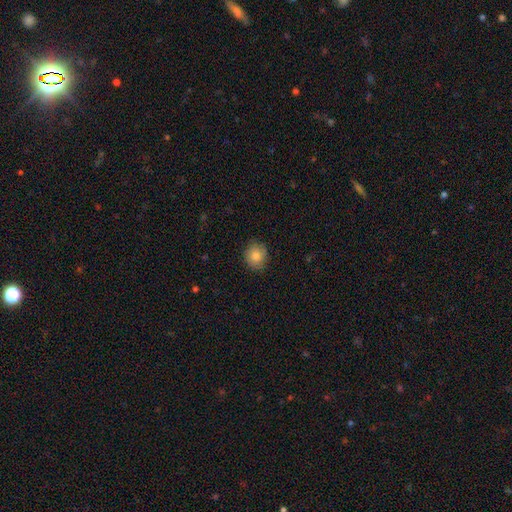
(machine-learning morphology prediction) This is clearly a smooth galaxy (83%). How rounded: clearly round (81%). Merging: clearly none (85%).